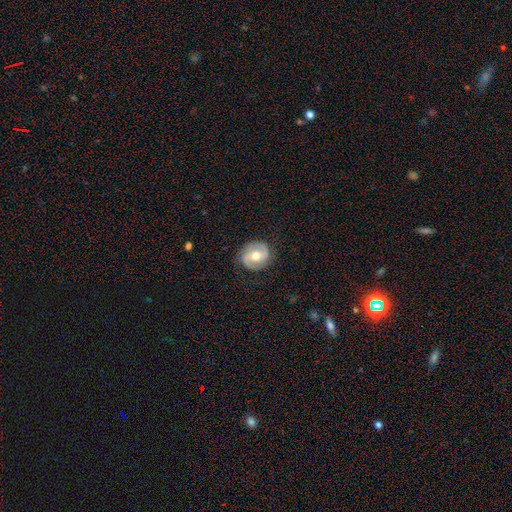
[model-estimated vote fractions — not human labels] A featured or disk galaxy (77%) with no bar (44%), 2 (91%) medium (47%) spiral arms (91%) and a moderate central bulge (78%). Merging: none (84%).